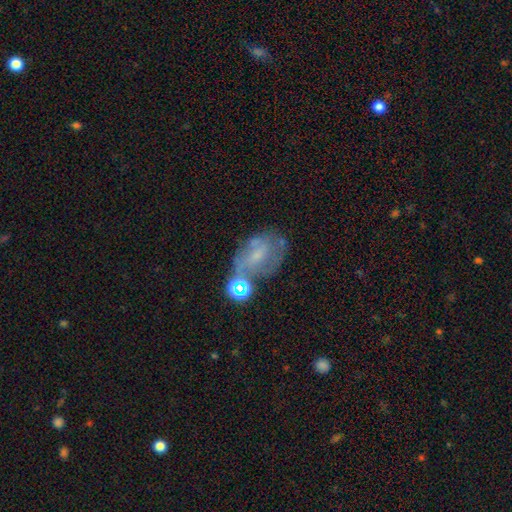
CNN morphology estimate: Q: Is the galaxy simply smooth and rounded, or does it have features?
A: featured or disk — 55%.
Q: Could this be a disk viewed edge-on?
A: no — 95%.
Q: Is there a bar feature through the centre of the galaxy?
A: no — 50%.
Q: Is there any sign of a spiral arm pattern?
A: yes — 58%.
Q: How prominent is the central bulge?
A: small — 45%.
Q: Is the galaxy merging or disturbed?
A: none — 39%.